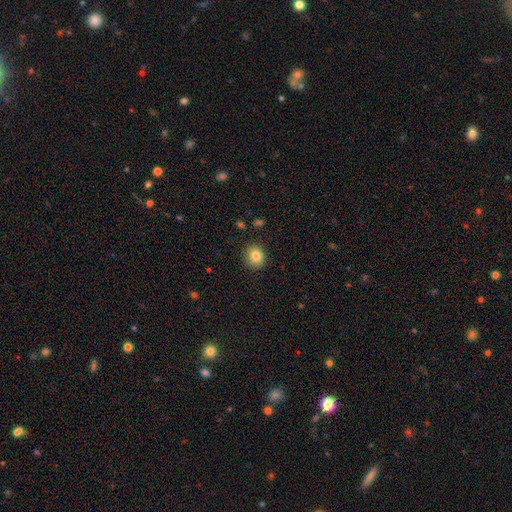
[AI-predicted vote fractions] smooth 83%, star or artifact 10%, featured or disk 7%. Down the decision tree: how rounded — round (79%); merging — none (90%).